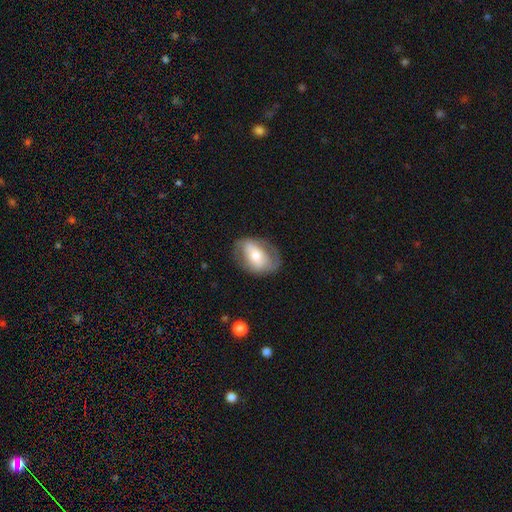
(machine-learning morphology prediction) smooth_or_featured: featured or disk (p=0.47) [tied with: smooth p=0.47]
merging: none (p=0.69) [alt: minor disturbance p=0.20]